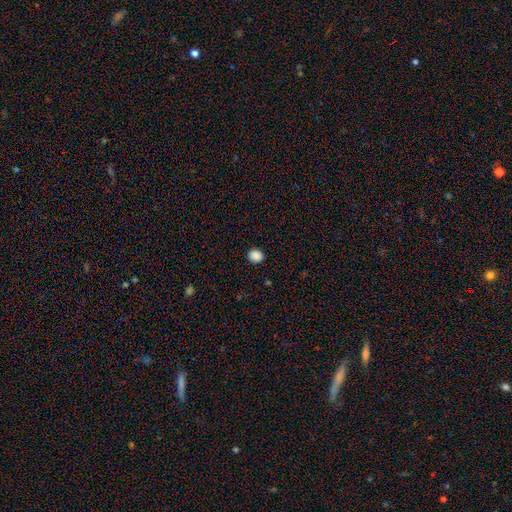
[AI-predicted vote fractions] A smooth galaxy with no disk features (88%) that is round (68%). Merging: none (90%).